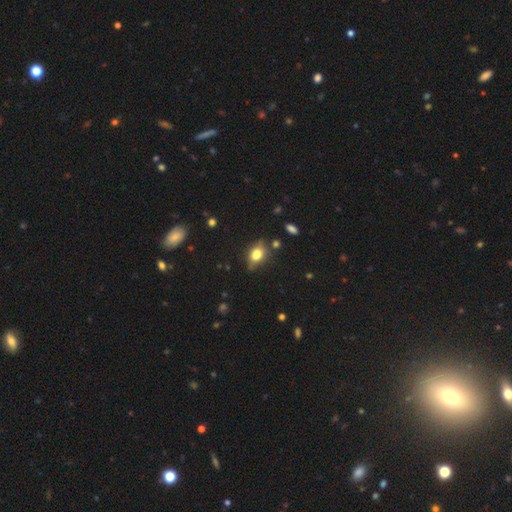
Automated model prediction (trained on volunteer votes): smooth 69%, featured or disk 19%, star or artifact 11%. Down the decision tree: how rounded — in between (70%); merging — none (69%).